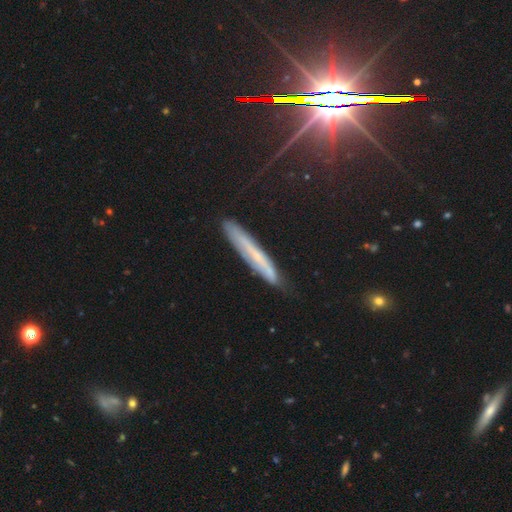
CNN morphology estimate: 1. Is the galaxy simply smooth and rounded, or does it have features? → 50% featured or disk, 38% smooth, 12% star or artifact.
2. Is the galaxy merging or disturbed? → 81% none, 15% minor disturbance, 3% major disturbance, 2% merger.